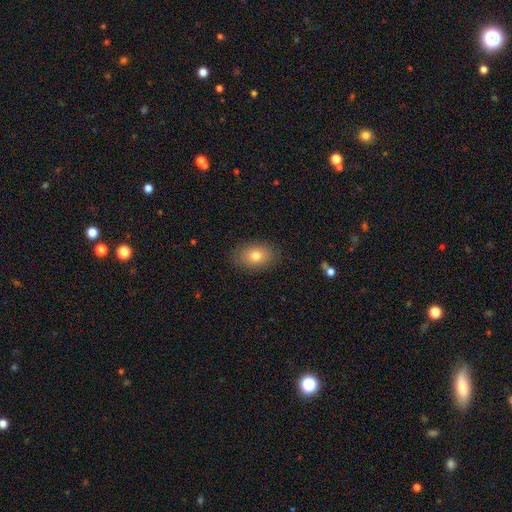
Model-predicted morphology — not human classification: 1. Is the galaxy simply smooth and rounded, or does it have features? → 78% smooth, 13% featured or disk, 9% star or artifact.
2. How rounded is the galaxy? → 80% in between, 19% round, 1% cigar-shaped.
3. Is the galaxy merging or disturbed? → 86% none, 10% minor disturbance, 3% major disturbance, 1% merger.